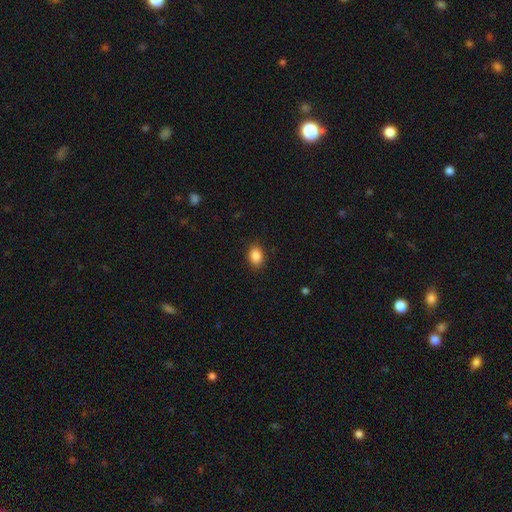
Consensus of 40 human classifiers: Overall: smooth (88%). How rounded: in between (77%). Merging: none (81%).